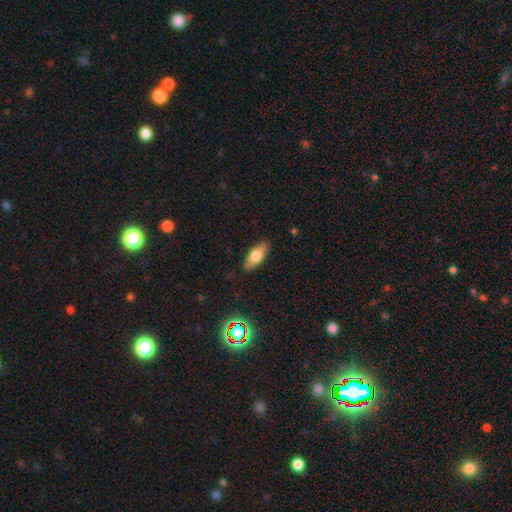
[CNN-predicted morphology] Q: Smooth or featured?
A: smooth (71%); runner-up: featured or disk (21%)
Q: How rounded?
A: in between (76%); runner-up: cigar-shaped (21%)
Q: Merging?
A: none (86%); runner-up: minor disturbance (10%)